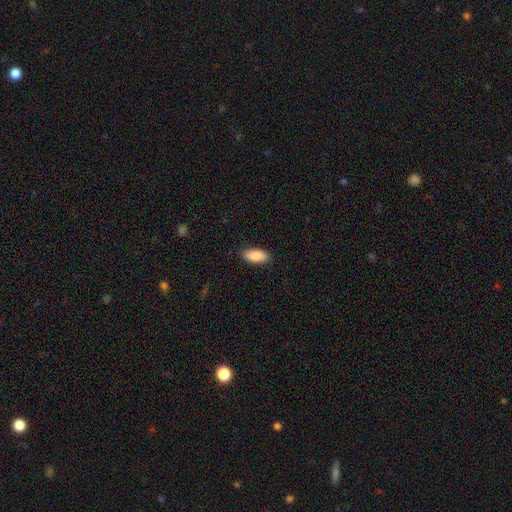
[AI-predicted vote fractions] smooth-or-featured: smooth: 88% | featured or disk: 6% | star or artifact: 6%
  how-rounded: in between: 86% | cigar-shaped: 12% | round: 2%
  merging: none: 87% | minor disturbance: 10% | major disturbance: 2% | merger: 1%